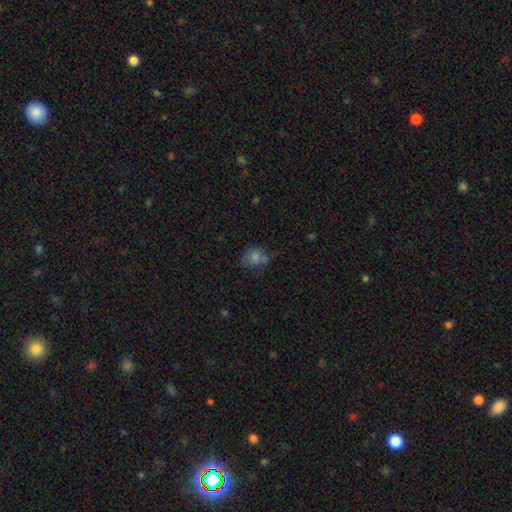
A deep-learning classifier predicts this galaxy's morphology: A smooth galaxy with no disk features (62%) that is round (62%).

Vote fractions:
- Smooth or featured? smooth: 62% / star or artifact: 21% / featured or disk: 17%
- How rounded? round: 62% / in between: 37% / cigar-shaped: 1%
- Merging? none: 62% / minor disturbance: 23% / major disturbance: 8% / merger: 7%